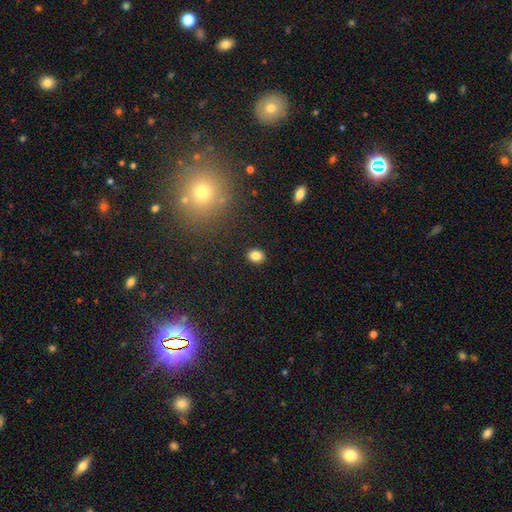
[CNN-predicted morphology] Smooth or featured? smooth (84%)
How rounded? round (57%)
Merging? none (89%)